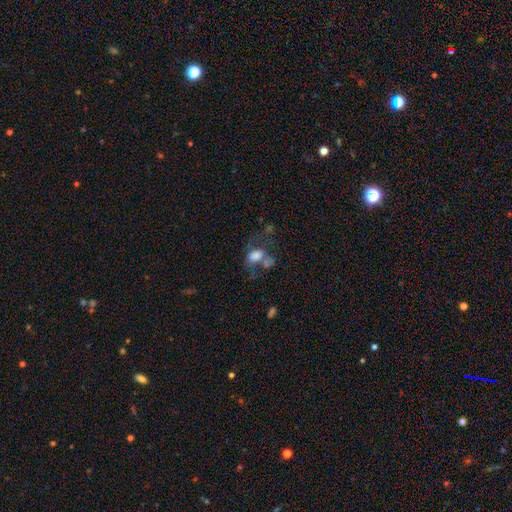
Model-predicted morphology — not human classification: Overall: smooth (63%; featured or disk 25%). How rounded: in between (79%). Merging: merger (32%; major disturbance 29%).